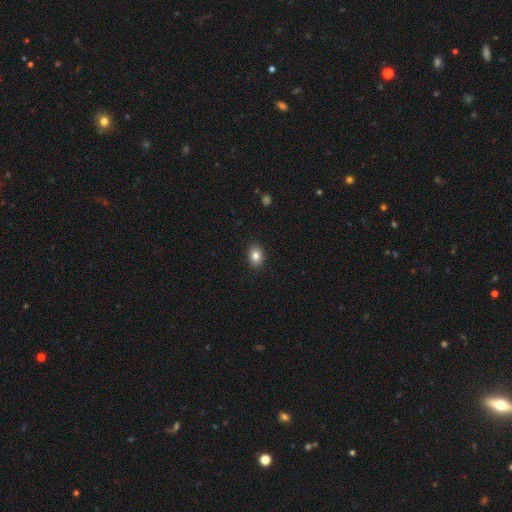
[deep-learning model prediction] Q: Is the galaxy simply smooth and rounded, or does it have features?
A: smooth — 83%.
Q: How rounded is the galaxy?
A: in between — 61%.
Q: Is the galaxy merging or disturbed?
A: none — 89%.